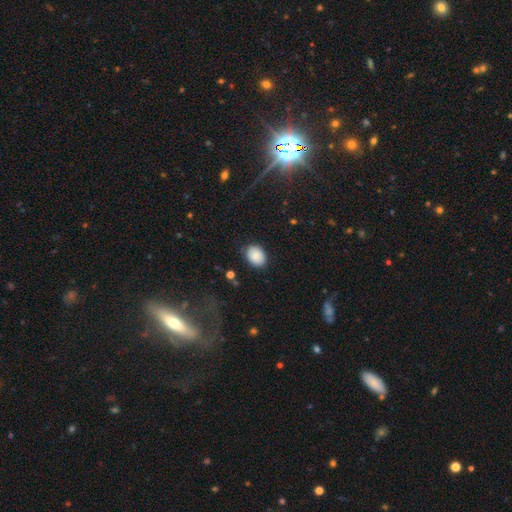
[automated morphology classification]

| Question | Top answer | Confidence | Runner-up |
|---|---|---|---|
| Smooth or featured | smooth | 85% | star or artifact (8%) |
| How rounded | in between | 68% | round (31%) |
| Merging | none | 81% | minor disturbance (15%) |